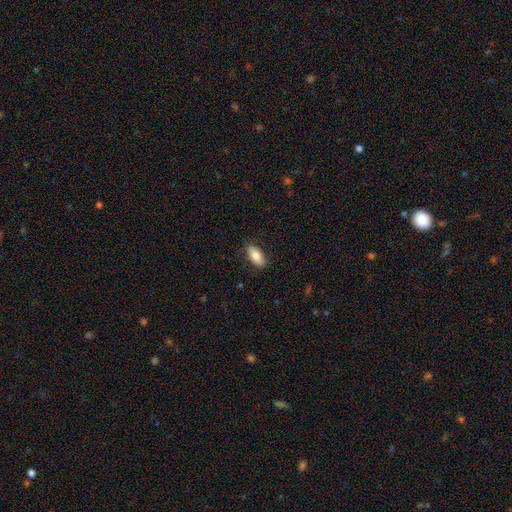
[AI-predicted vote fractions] This appears to be a smooth galaxy with no disk features (81%) that is in between round and cigar-shaped (85%). Merging: none (86%).